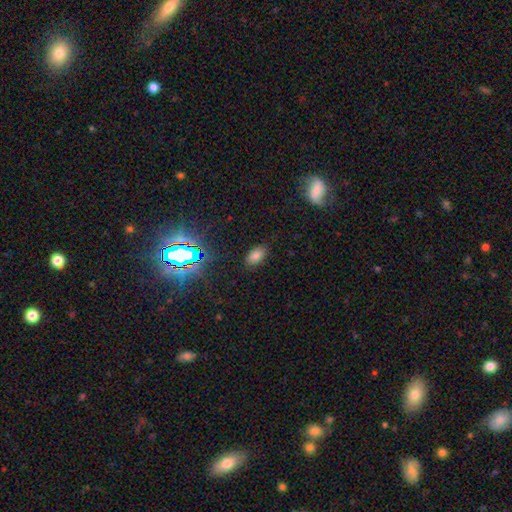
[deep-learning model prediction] Q: Smooth or featured?
A: smooth (72%); runner-up: star or artifact (21%)
Q: How rounded?
A: in between (91%); runner-up: round (7%)
Q: Merging?
A: none (85%); runner-up: minor disturbance (10%)